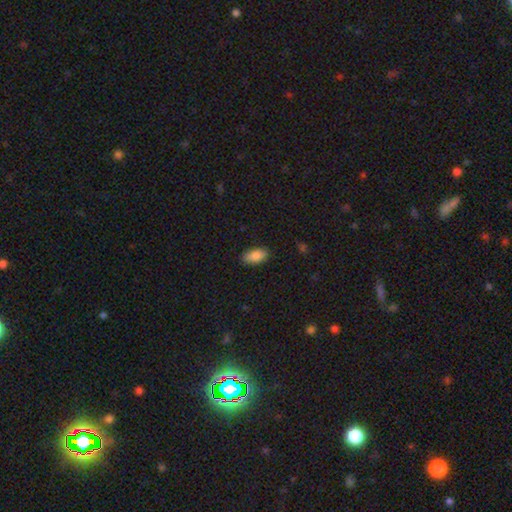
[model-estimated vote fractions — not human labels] smooth-or-featured: smooth: 85% | featured or disk: 8% | star or artifact: 7%
  how-rounded: in between: 92% | cigar-shaped: 4% | round: 4%
  merging: none: 87% | minor disturbance: 10% | major disturbance: 2% | merger: 1%